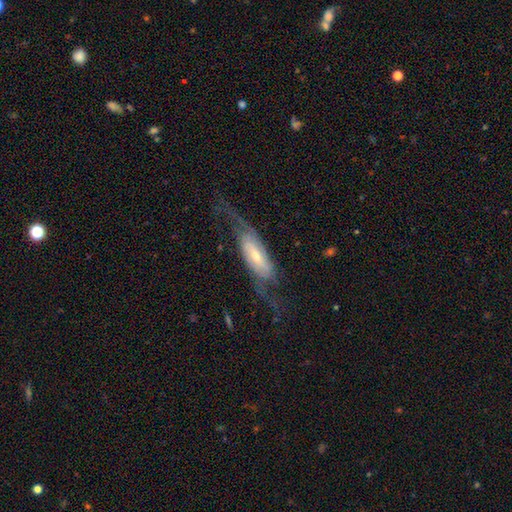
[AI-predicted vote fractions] This is likely a featured or disk galaxy (78%). It is clearly not viewed edge-on (84%). Bar: marginally weak (41%). Spiral arm pattern: clearly yes (92%). Spiral arm count: clearly 2 (85%). Spiral winding: possibly loose (54%). Central bulge: possibly small (52%). Merging: possibly none (59%).